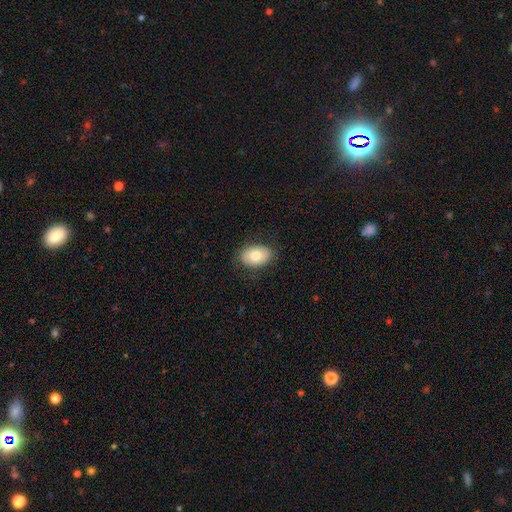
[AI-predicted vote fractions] This appears to be a smooth galaxy with no disk features (74%) that is in between round and cigar-shaped (84%). Merging: none (83%).